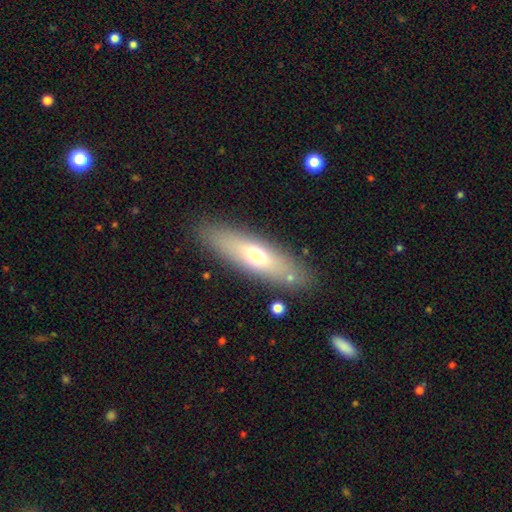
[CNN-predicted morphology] smooth-or-featured: smooth: 62% | featured or disk: 31% | star or artifact: 7%
  how-rounded: cigar-shaped: 51% | in between: 47% | round: 2%
  merging: none: 84% | minor disturbance: 10% | major disturbance: 4% | merger: 3%